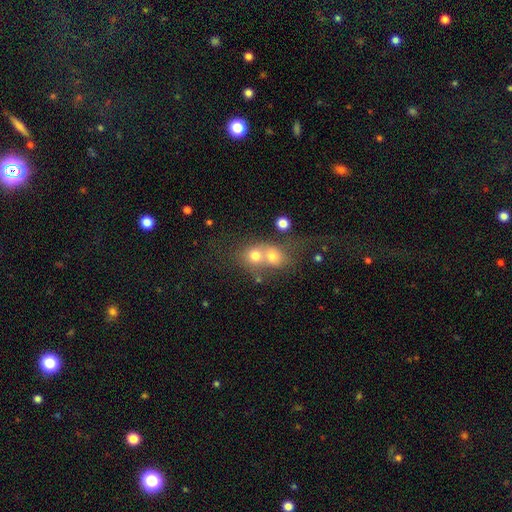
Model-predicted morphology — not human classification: Smooth or featured? smooth (67%)
How rounded? round (69%)
Merging? merger (66%)